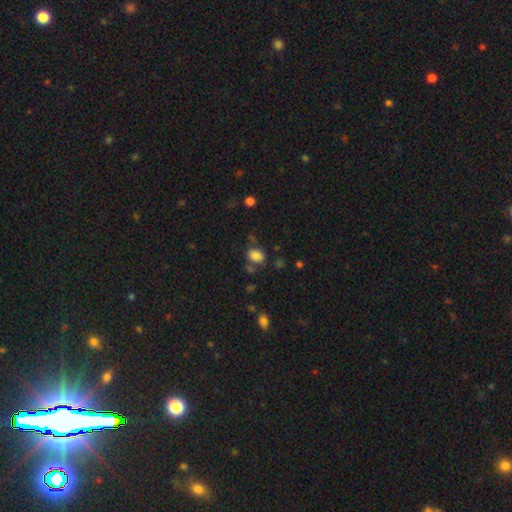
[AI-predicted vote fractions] The model was most divided on "how rounded": in between: 72%, round: 27%, cigar-shaped: 1%. More confident: smooth or featured — smooth (82%); merging — none (65%).